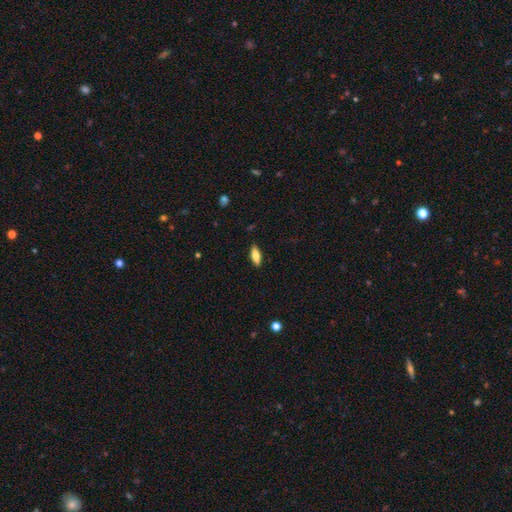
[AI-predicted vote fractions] Q: Smooth or featured?
A: smooth (78%); runner-up: featured or disk (15%)
Q: How rounded?
A: in between (69%); runner-up: cigar-shaped (28%)
Q: Merging?
A: none (88%); runner-up: minor disturbance (9%)